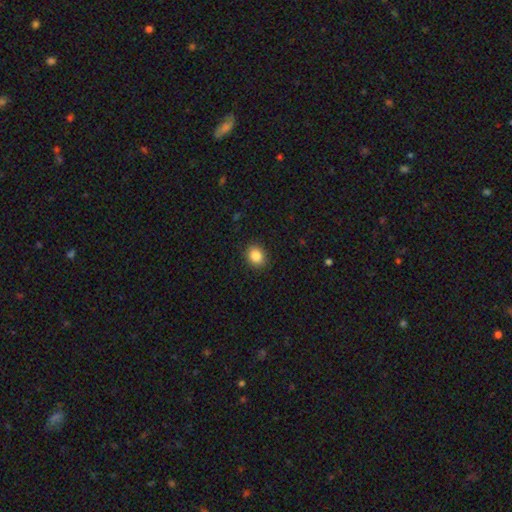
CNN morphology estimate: smooth_or_featured: smooth (p=0.87) [alt: star or artifact p=0.09]
how_rounded: round (p=0.56) [alt: in between p=0.43]
merging: none (p=0.89) [alt: minor disturbance p=0.08]